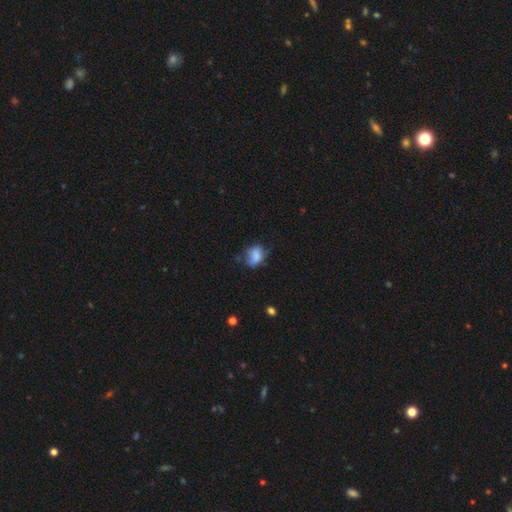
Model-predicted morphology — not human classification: smooth-or-featured: smooth: 74% | featured or disk: 16% | star or artifact: 10%
  how-rounded: in between: 64% | round: 35% | cigar-shaped: 1%
  merging: none: 43% | minor disturbance: 35% | major disturbance: 15% | merger: 7%